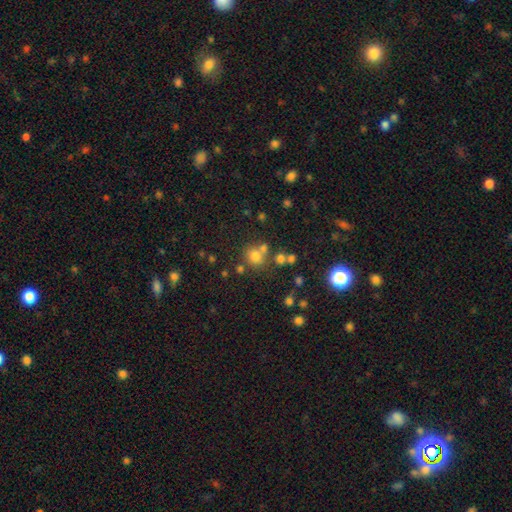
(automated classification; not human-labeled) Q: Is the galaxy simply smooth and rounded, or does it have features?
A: smooth — 69%.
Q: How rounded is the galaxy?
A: round — 81%.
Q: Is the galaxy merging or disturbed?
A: none — 62%.